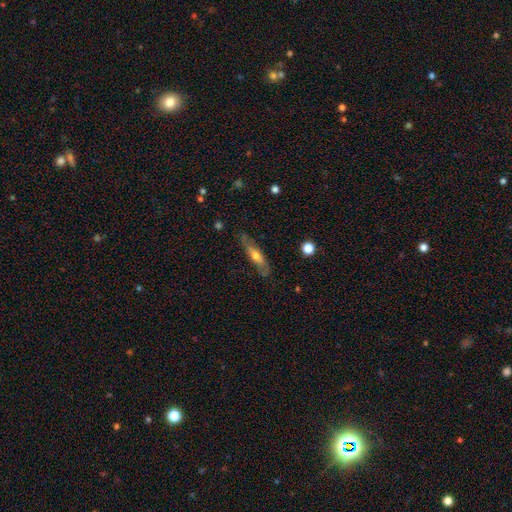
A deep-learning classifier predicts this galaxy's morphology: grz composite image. It shows a featured or disk galaxy (48%). Merging: none (76%).